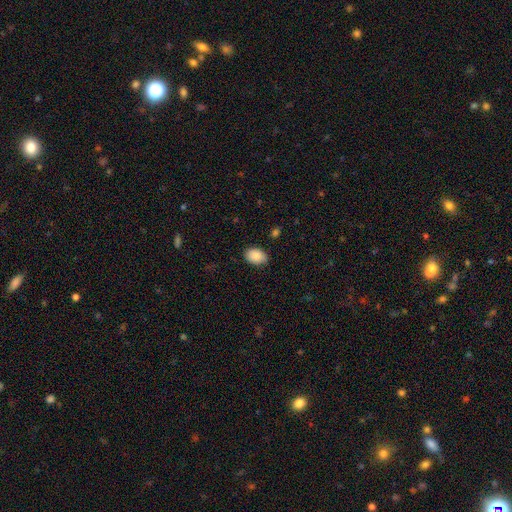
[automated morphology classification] type=smooth (88%); roundness=in between (85%); merging=none (83%).